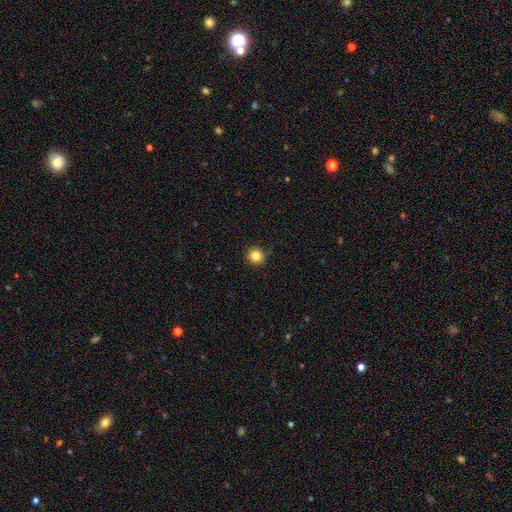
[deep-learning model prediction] A smooth galaxy with no disk features (84%) that is round (93%).

Vote fractions:
- Smooth or featured? smooth: 84% / star or artifact: 12% / featured or disk: 5%
- How rounded? round: 93% / in between: 6% / cigar-shaped: 1%
- Merging? none: 90% / minor disturbance: 7% / major disturbance: 2% / merger: 1%